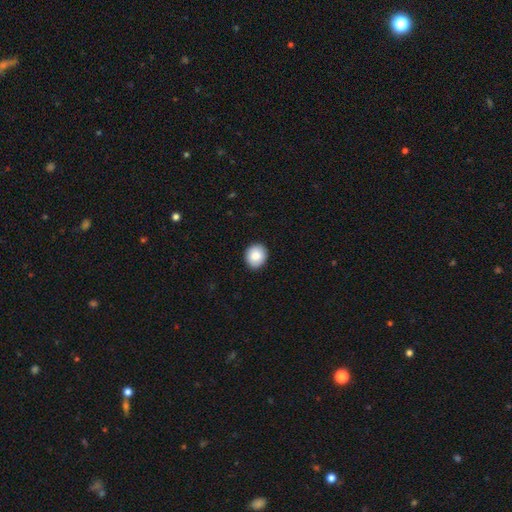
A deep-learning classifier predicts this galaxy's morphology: smooth-or-featured: smooth: 87% | star or artifact: 7% | featured or disk: 6%
  how-rounded: round: 72% | in between: 27% | cigar-shaped: 1%
  merging: none: 90% | minor disturbance: 7% | major disturbance: 2% | merger: 1%